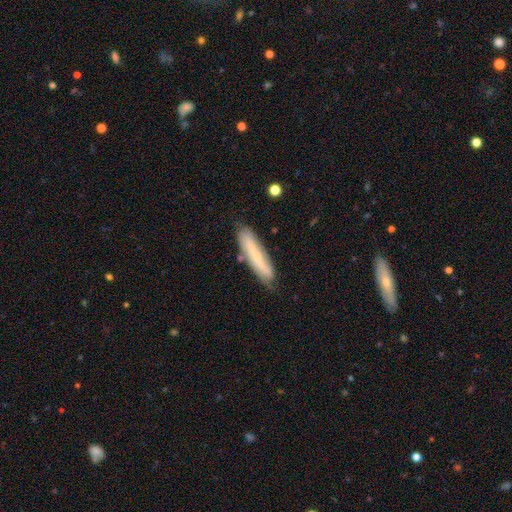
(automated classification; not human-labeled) Q: Smooth or featured?
A: smooth (61%); runner-up: featured or disk (31%)
Q: How rounded?
A: cigar-shaped (86%); runner-up: in between (13%)
Q: Merging?
A: none (77%); runner-up: minor disturbance (17%)